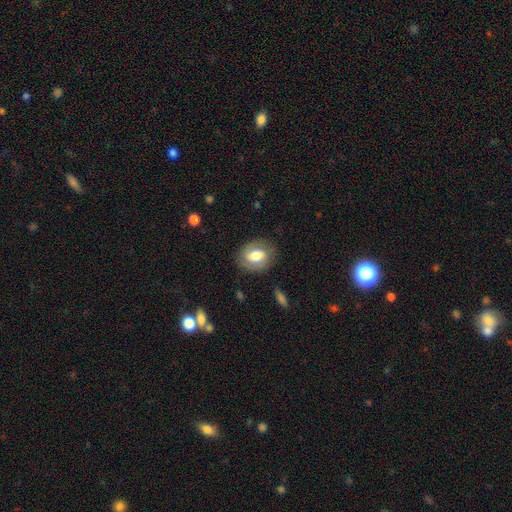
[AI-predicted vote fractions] Q: Smooth or featured?
A: smooth (47%); runner-up: featured or disk (46%)
Q: Merging?
A: none (79%); runner-up: minor disturbance (14%)